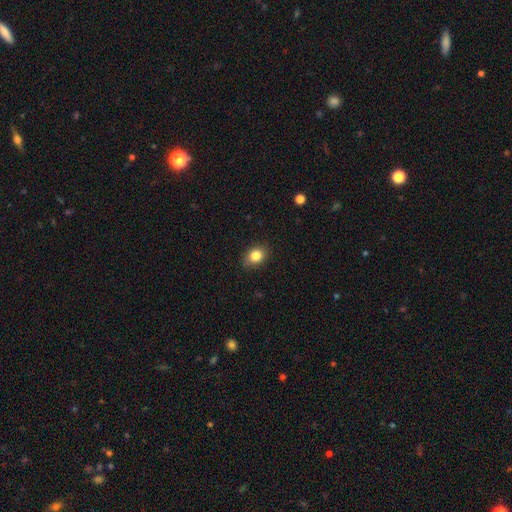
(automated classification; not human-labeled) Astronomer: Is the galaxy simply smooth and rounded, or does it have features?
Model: smooth — 83%.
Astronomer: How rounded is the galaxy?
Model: in between — 56% (runner-up: round, 43%).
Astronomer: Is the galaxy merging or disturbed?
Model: none — 84%.